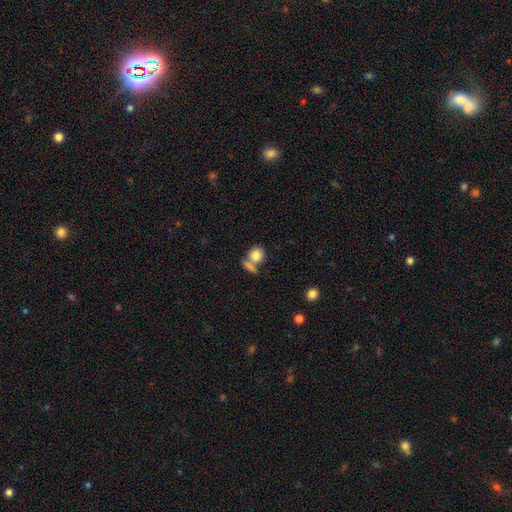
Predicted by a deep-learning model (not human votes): smooth-or-featured: smooth: 82% | featured or disk: 9% | star or artifact: 8%
  how-rounded: round: 72% | in between: 25% | cigar-shaped: 3%
  merging: none: 46% | merger: 40% | minor disturbance: 10% | major disturbance: 5%